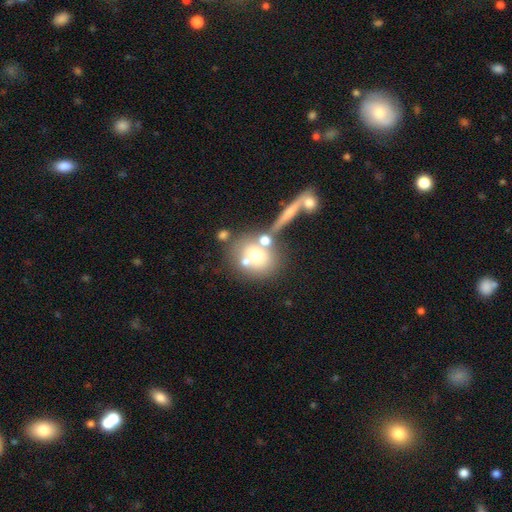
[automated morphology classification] smooth 62%, featured or disk 26%, star or artifact 12%. Down the decision tree: how rounded — round (77%); merging — none (50%).